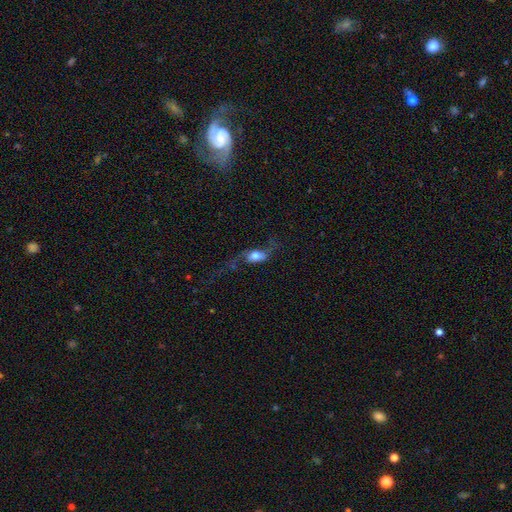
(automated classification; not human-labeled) Smooth or featured: smooth — 53% (featured or disk — 38%)
How rounded: in between — 76% (round — 12%)
Merging: major disturbance — 47% (none — 30%)